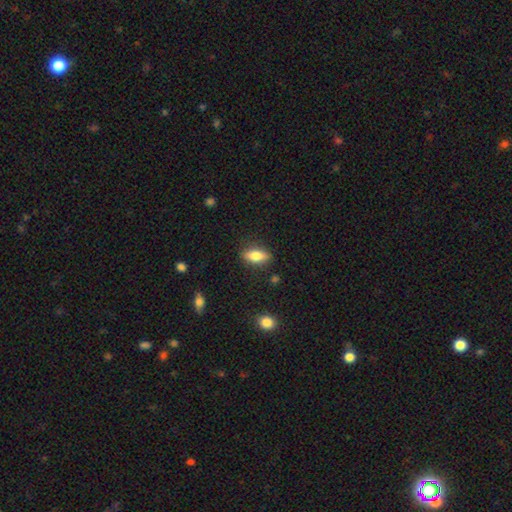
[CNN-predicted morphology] Smooth or featured?
  - smooth: 75% *
  - featured or disk: 18%
  - star or artifact: 7%
How rounded?
  - in between: 76% *
  - cigar-shaped: 20%
  - round: 4%
Merging?
  - none: 85% *
  - minor disturbance: 11%
  - major disturbance: 3%
  - merger: 2%